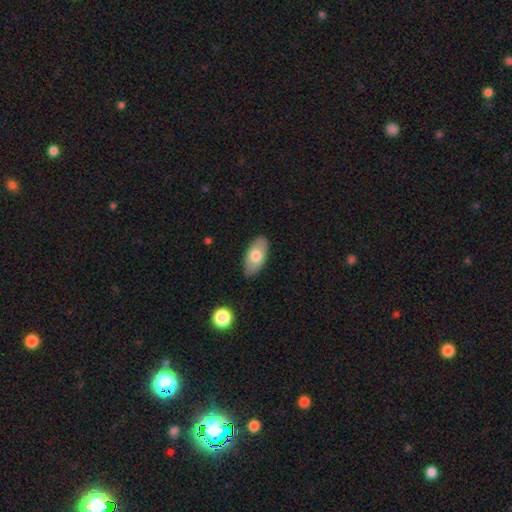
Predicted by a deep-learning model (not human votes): A smooth galaxy with no disk features (67%) that is in between round and cigar-shaped (93%). Merging: none (83%).